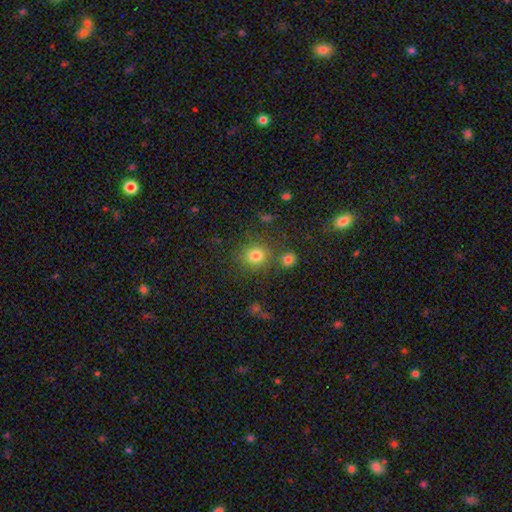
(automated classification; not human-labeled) This appears to be a smooth galaxy with no disk features (78%) that is round (82%). Merging: none (75%).